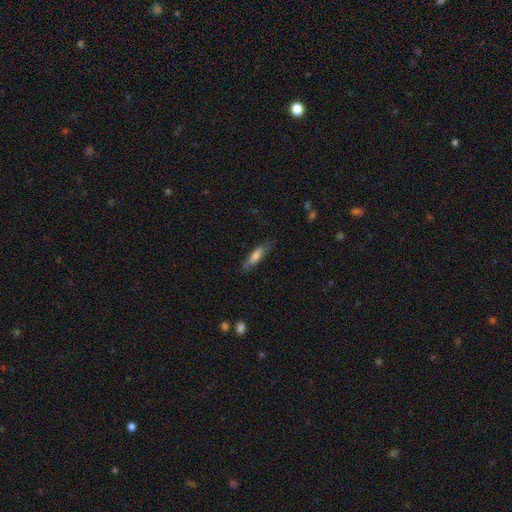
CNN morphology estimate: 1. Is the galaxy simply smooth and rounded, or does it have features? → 67% smooth, 27% featured or disk, 6% star or artifact.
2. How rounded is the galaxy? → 62% cigar-shaped, 36% in between, 2% round.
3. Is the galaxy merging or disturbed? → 73% none, 20% minor disturbance, 5% major disturbance, 1% merger.